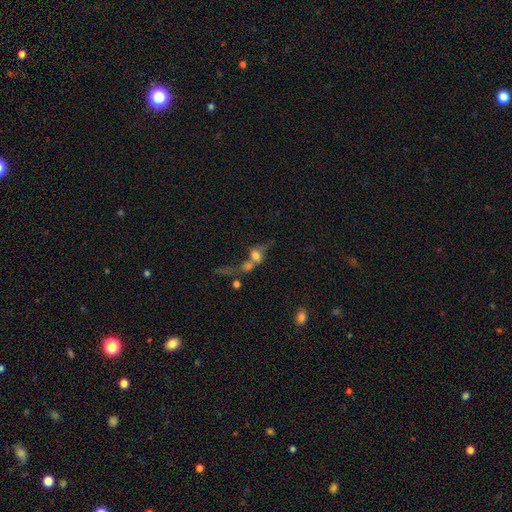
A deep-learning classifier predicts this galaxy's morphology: smooth 56%, featured or disk 29%, star or artifact 15%. Down the decision tree: how rounded — round (50%); merging — merger (65%).